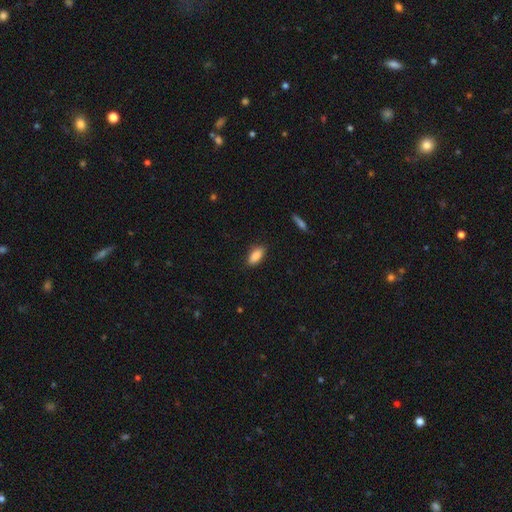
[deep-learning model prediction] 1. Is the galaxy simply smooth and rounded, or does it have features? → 84% smooth, 9% featured or disk, 7% star or artifact.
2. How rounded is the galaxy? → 82% in between, 15% cigar-shaped, 2% round.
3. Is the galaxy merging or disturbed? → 86% none, 10% minor disturbance, 2% major disturbance, 1% merger.